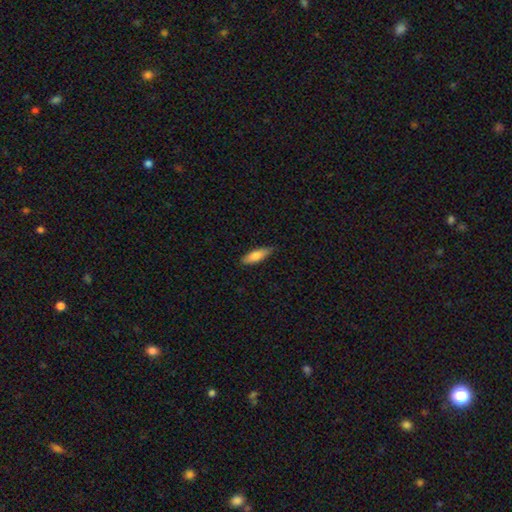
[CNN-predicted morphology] Smooth or featured?
  - smooth: 79% *
  - featured or disk: 15%
  - star or artifact: 6%
How rounded?
  - in between: 52% *
  - cigar-shaped: 46%
  - round: 2%
Merging?
  - none: 84% *
  - minor disturbance: 13%
  - major disturbance: 2%
  - merger: 1%